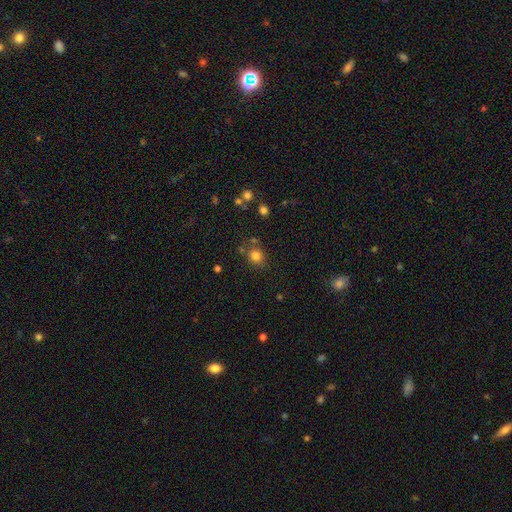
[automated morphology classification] Smooth or featured? Predicted: smooth (p=0.80). How rounded? Predicted: round (p=0.78). Merging? Predicted: none (p=0.72).